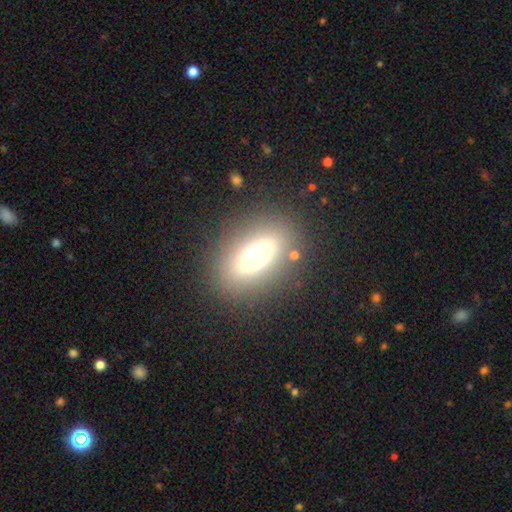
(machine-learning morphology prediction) Smooth or featured?
  - smooth: 59% *
  - featured or disk: 27%
  - star or artifact: 14%
How rounded?
  - in between: 73% *
  - round: 21%
  - cigar-shaped: 6%
Merging?
  - none: 83% *
  - minor disturbance: 9%
  - major disturbance: 5%
  - merger: 2%